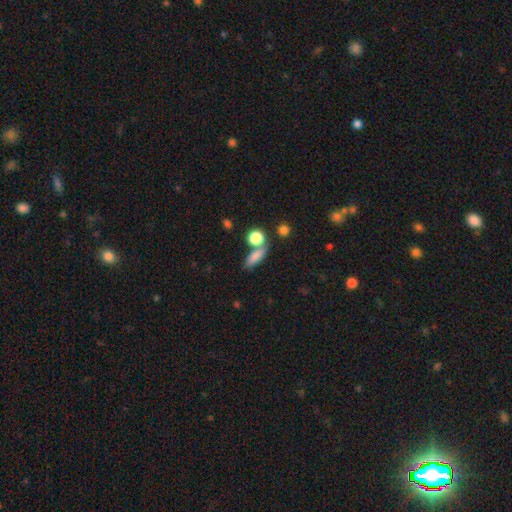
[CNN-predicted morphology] smooth_or_featured: smooth (p=0.80) [alt: star or artifact p=0.11]
how_rounded: in between (p=0.54) [alt: cigar-shaped p=0.32]
merging: none (p=0.61) [alt: merger p=0.21]